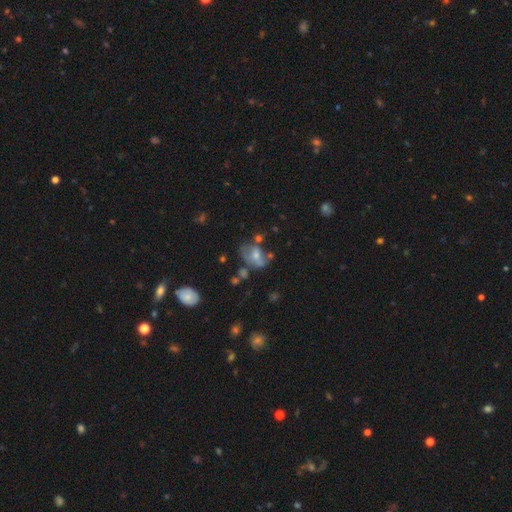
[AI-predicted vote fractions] The model was most divided on "smooth or featured": smooth: 48%, featured or disk: 40%, star or artifact: 11%. Remaining: merging — none (34%).